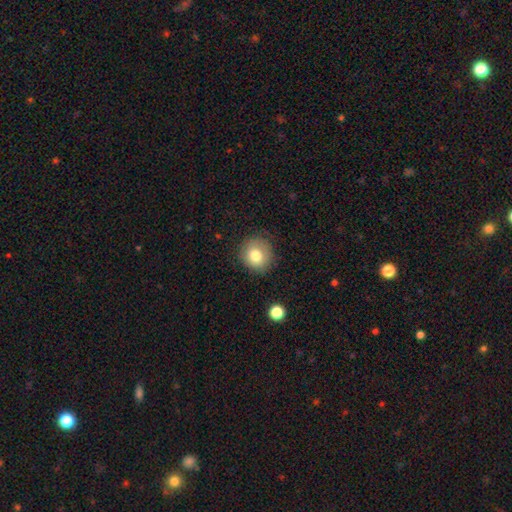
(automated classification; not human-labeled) Q: Smooth or featured?
A: smooth (79%); runner-up: featured or disk (11%)
Q: How rounded?
A: round (87%); runner-up: in between (12%)
Q: Merging?
A: none (83%); runner-up: minor disturbance (12%)